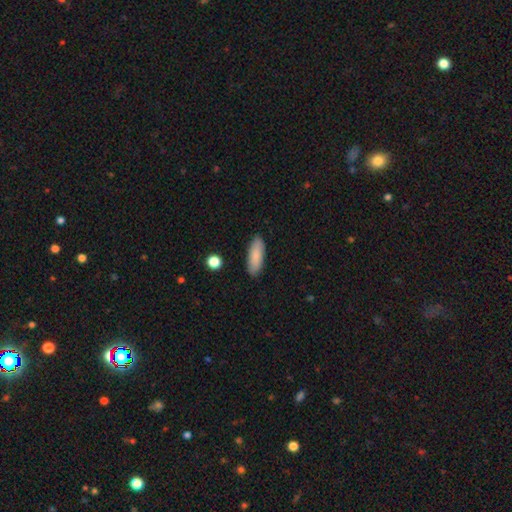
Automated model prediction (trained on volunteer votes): smooth_or_featured: smooth (p=0.85) [alt: featured or disk p=0.09]
how_rounded: in between (p=0.68) [alt: cigar-shaped p=0.30]
merging: none (p=0.88) [alt: minor disturbance p=0.09]